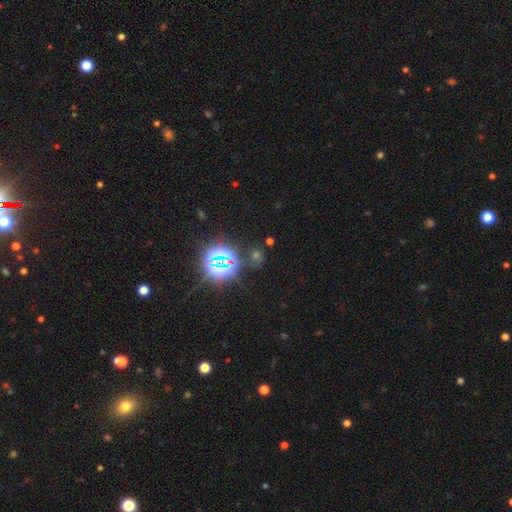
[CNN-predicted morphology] smooth-or-featured: star or artifact: 73% | smooth: 19% | featured or disk: 8%